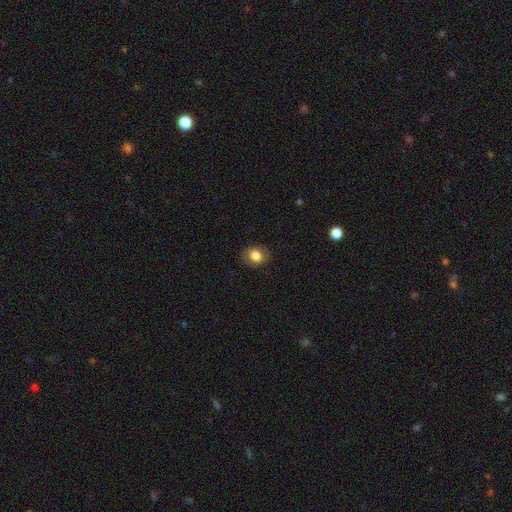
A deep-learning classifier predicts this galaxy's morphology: This is likely a smooth galaxy (80%). How rounded: possibly in between (50%). Merging: clearly none (85%).